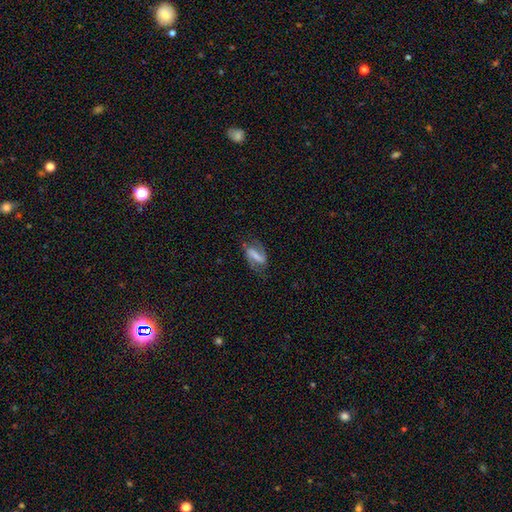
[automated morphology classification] smooth-or-featured: featured or disk: 69% | smooth: 23% | star or artifact: 8%
  disk-edge-on: no: 94% | yes: 6%
    bar: strong: 65% | weak: 24% | no: 11%
    has-spiral-arms: yes: 86% | no: 14%
      spiral-winding: medium: 42% | loose: 40% | tight: 18%
      spiral-arm-count: 2: 88% | can't tell: 5% | 1: 4% | 3: 1% | 4: 1% | more than 4: 1%
    bulge-size: small: 36% | none: 31% | moderate: 23% | large: 8% | dominant: 2%
  merging: none: 67% | minor disturbance: 19% | major disturbance: 12% | merger: 2%